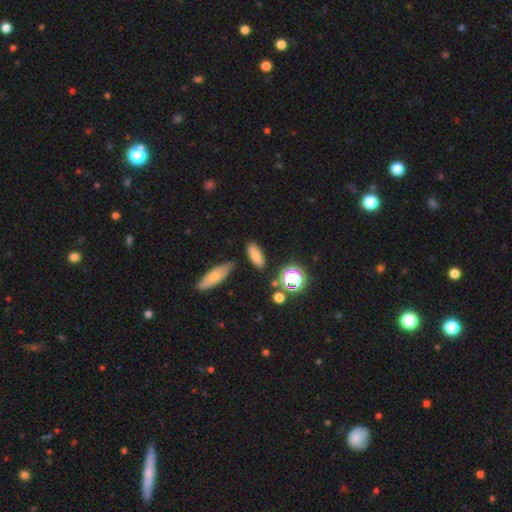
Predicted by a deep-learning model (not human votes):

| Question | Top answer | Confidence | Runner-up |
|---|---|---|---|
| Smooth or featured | smooth | 73% | star or artifact (14%) |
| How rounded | in between | 76% | cigar-shaped (18%) |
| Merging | none | 79% | minor disturbance (13%) |